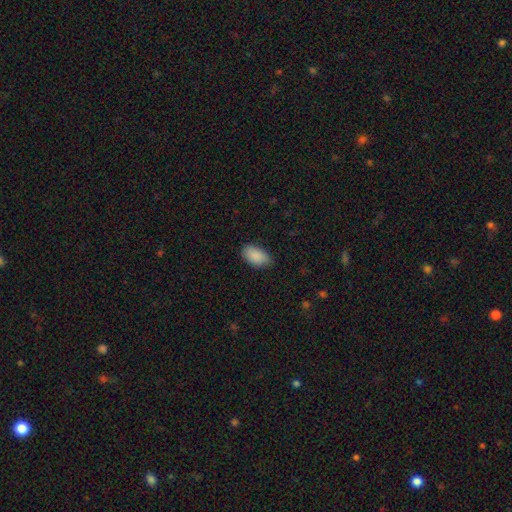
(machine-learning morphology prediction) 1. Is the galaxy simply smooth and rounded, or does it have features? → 90% smooth, 6% star or artifact, 4% featured or disk.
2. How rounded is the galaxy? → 94% in between, 4% round, 2% cigar-shaped.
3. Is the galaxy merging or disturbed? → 81% none, 15% minor disturbance, 3% major disturbance, 1% merger.